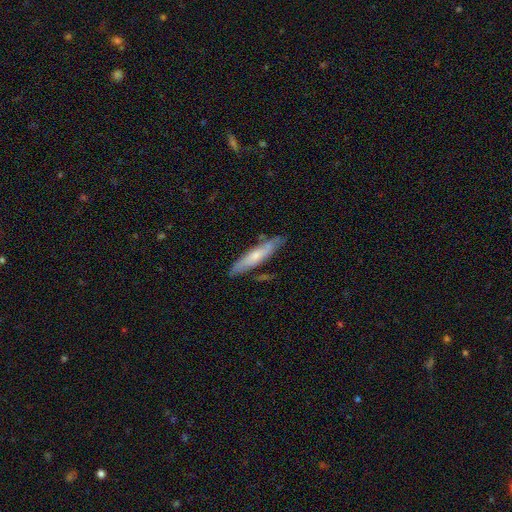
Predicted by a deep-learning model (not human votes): Overall: smooth (54%; featured or disk 40%). How rounded: cigar-shaped (83%). Merging: none (75%).